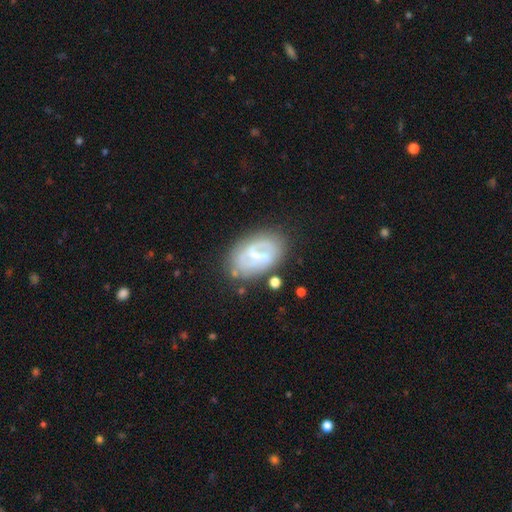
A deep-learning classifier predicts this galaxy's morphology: Overall: featured or disk (74%). Edge-on disk: no (96%). Bar: weak (48%; no 31%). Spiral arms: yes (74%). Spiral arm count: 2 (61%; can't tell 25%). Spiral winding: medium (40%, tied with tight). Bulge size: small (58%; moderate 31%). Merging: none (70%).